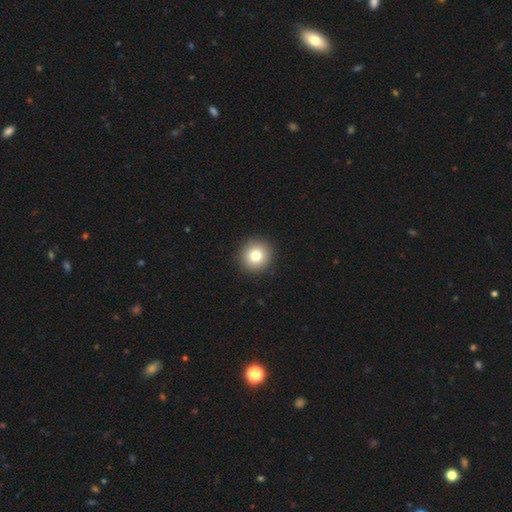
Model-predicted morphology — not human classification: Overall: smooth (79%). How rounded: round (94%). Merging: none (93%).